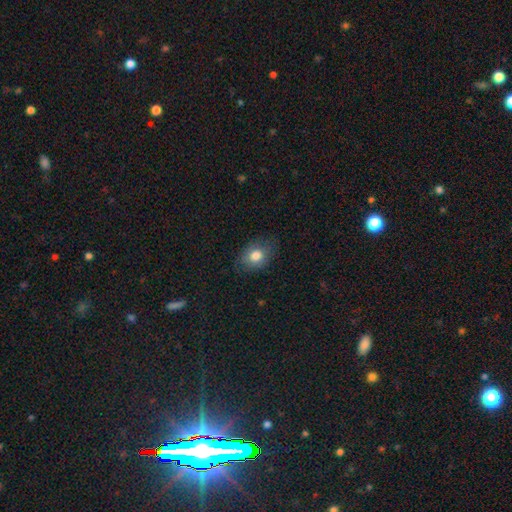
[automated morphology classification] Smooth or featured: smooth — 78% (featured or disk — 13%)
How rounded: in between — 66% (round — 33%)
Merging: none — 72% (minor disturbance — 21%)